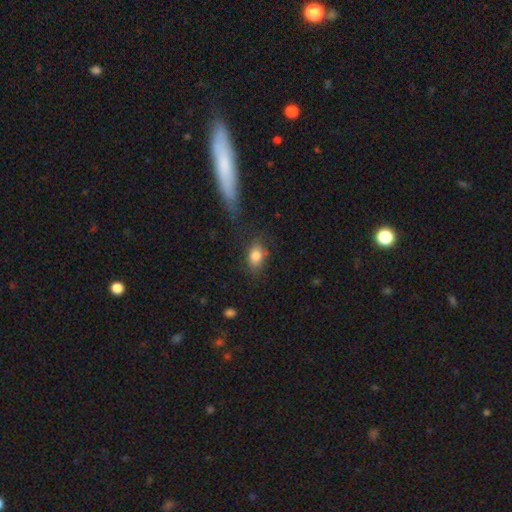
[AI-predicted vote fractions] A smooth galaxy with no disk features (82%) that is in between round and cigar-shaped (78%). Merging: none (72%).